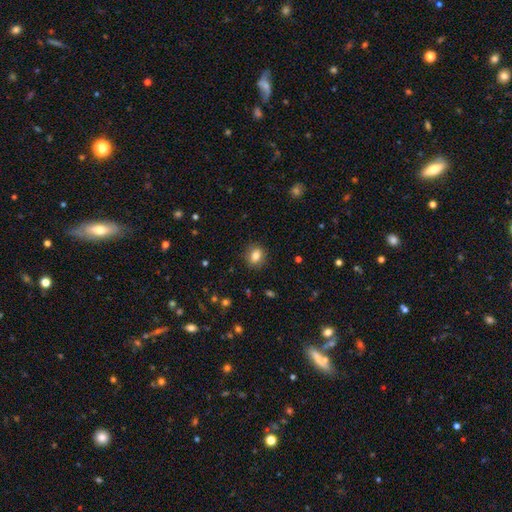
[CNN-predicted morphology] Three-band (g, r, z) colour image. It shows a smooth galaxy with no disk features (81%) that is round (59%). Merging: none (87%).